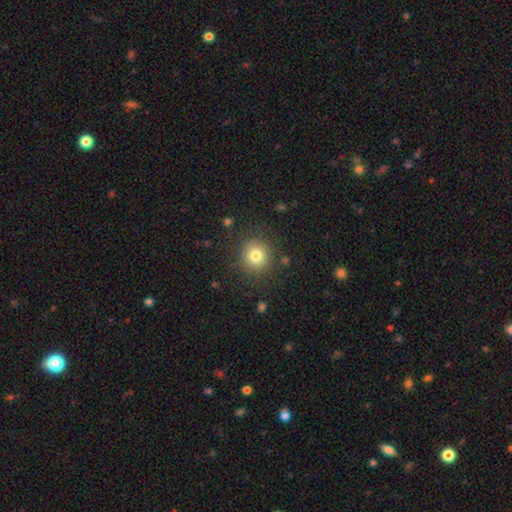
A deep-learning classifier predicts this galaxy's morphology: This is likely a smooth galaxy (79%). How rounded: clearly round (93%). Merging: clearly none (87%).